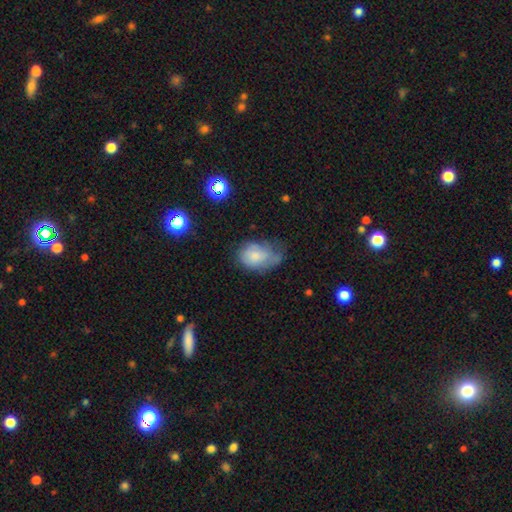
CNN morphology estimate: This appears to be a smooth galaxy with no disk features (68%) that is in between round and cigar-shaped (77%). Merging: minor disturbance (41%).